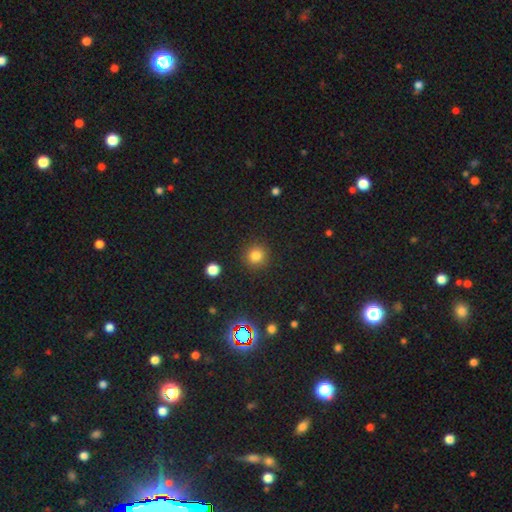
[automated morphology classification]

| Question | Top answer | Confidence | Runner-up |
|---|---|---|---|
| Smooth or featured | smooth | 80% | star or artifact (14%) |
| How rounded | round | 92% | in between (7%) |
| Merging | none | 89% | minor disturbance (6%) |